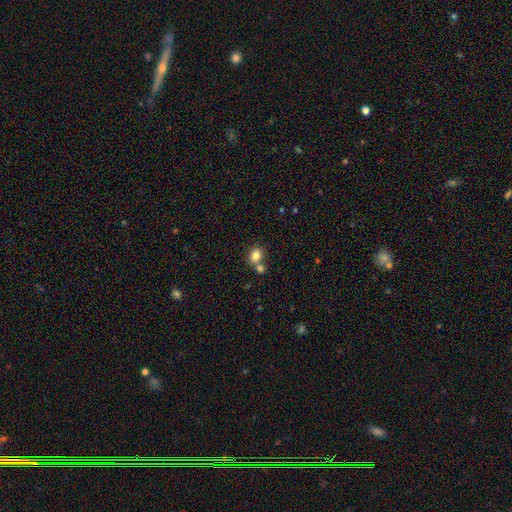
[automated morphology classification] smooth 82%, star or artifact 10%, featured or disk 8%. Down the decision tree: how rounded — round (57%); merging — none (51%).